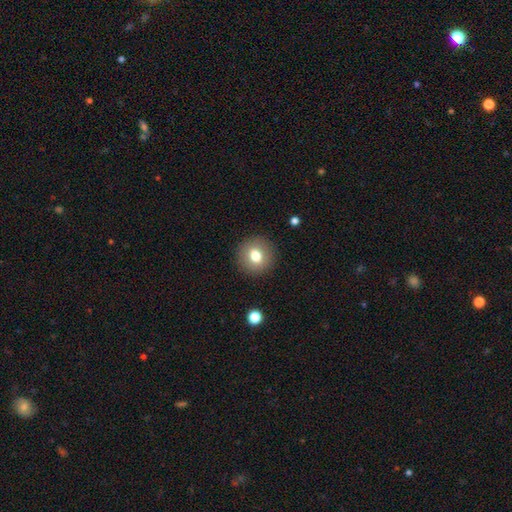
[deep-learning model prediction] Smooth or featured? smooth (76%)
How rounded? round (89%)
Merging? none (90%)